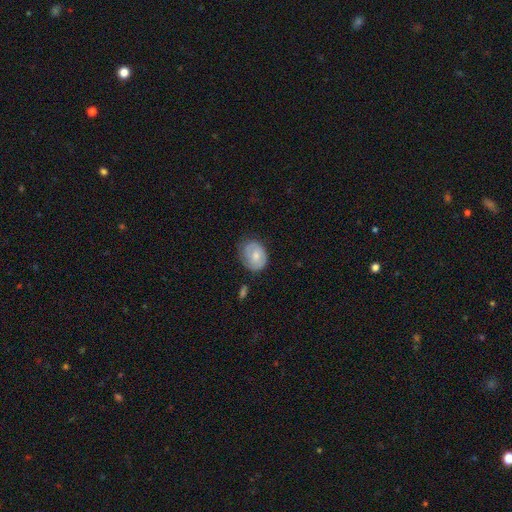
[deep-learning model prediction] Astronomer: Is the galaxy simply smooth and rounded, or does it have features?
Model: smooth — 51% (runner-up: featured or disk, 43%).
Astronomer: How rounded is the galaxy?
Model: in between — 55% (runner-up: round, 44%).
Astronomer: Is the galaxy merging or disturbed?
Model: none — 64%.